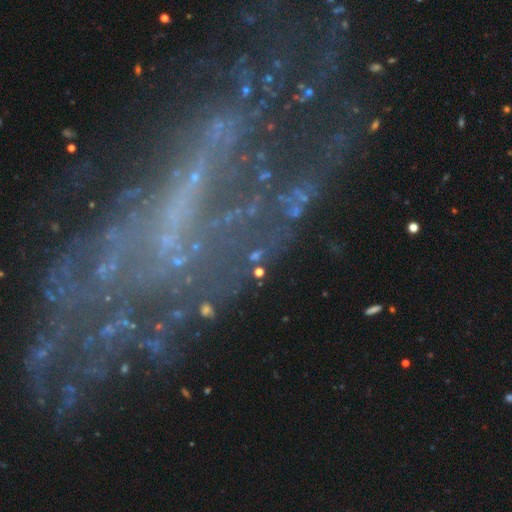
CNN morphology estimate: Smooth or featured? featured or disk (43%)
Merging? none (65%)